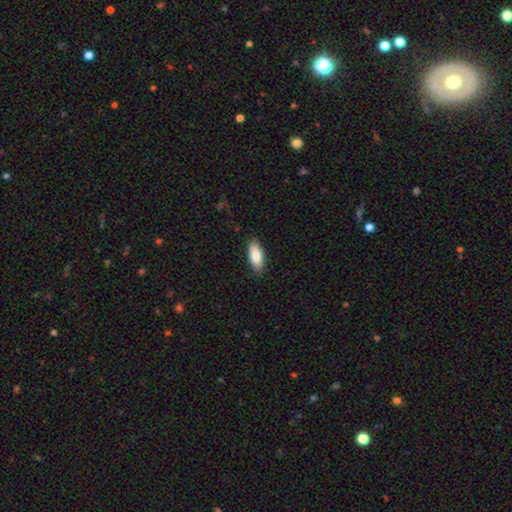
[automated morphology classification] This is clearly a smooth galaxy (85%). How rounded: likely in between (80%). Merging: clearly none (87%).